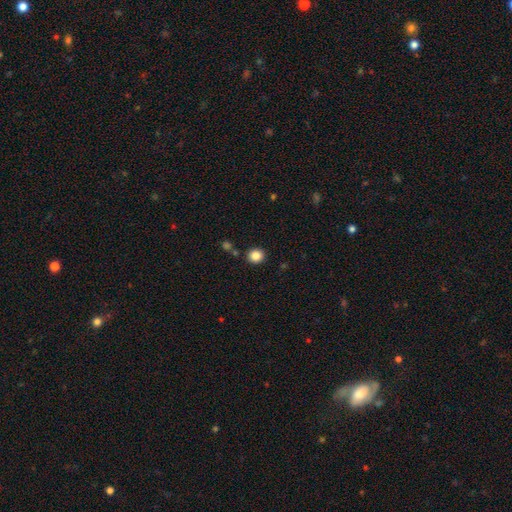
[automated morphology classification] This appears to be a smooth galaxy with no disk features (86%) that is round (82%). Merging: none (87%).